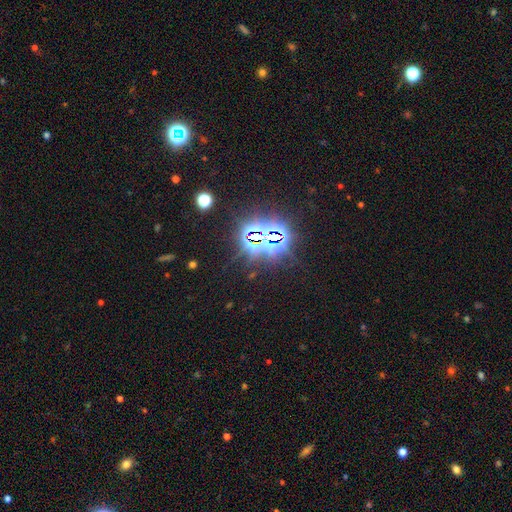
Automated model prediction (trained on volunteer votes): Q: Smooth or featured?
A: star or artifact (78%); runner-up: smooth (13%)